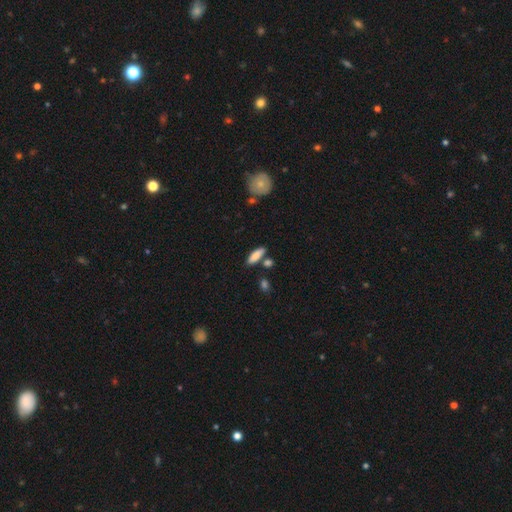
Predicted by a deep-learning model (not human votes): The model was most divided on "how rounded": in between: 55%, cigar-shaped: 43%, round: 2%. More confident: smooth or featured — smooth (83%); merging — none (74%).